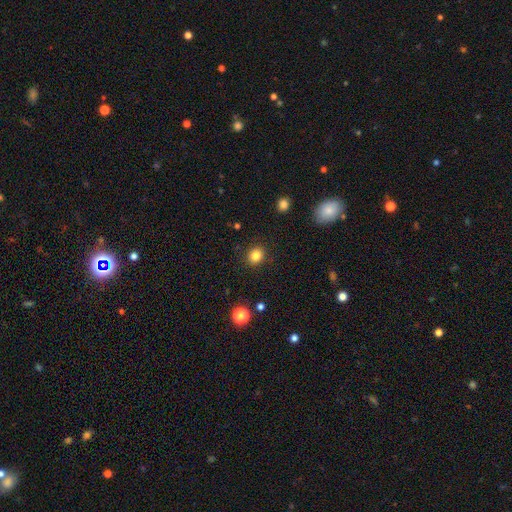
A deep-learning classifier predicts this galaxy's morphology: type=smooth (84%); roundness=round (75%); merging=none (90%).